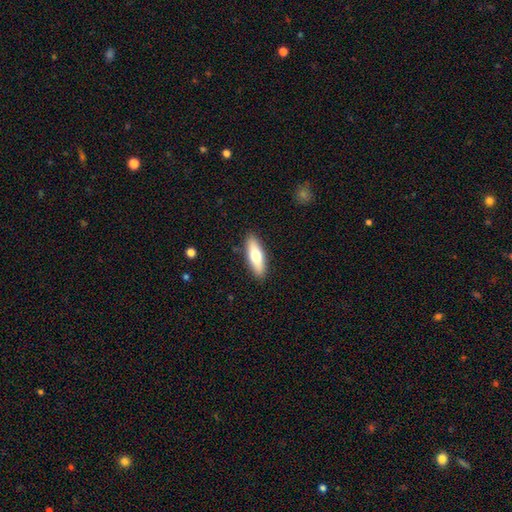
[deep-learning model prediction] The model was most divided on "how rounded": cigar-shaped: 50%, in between: 48%, round: 2%. More confident: merging — none (89%); smooth or featured — smooth (65%).